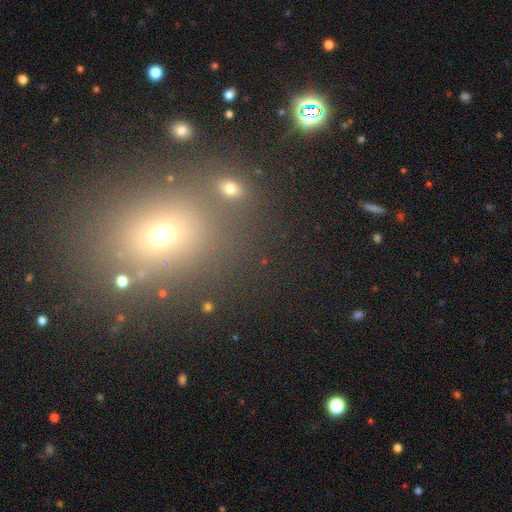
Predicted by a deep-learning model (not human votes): smooth 49%, star or artifact 40%, featured or disk 11%. Down the decision tree: merging — none (80%).